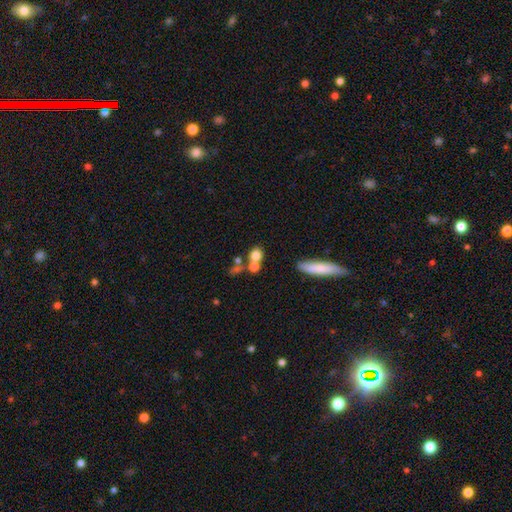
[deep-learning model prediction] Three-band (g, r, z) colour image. It shows a smooth galaxy with no disk features (74%) that is round (65%). Merging: none (46%).